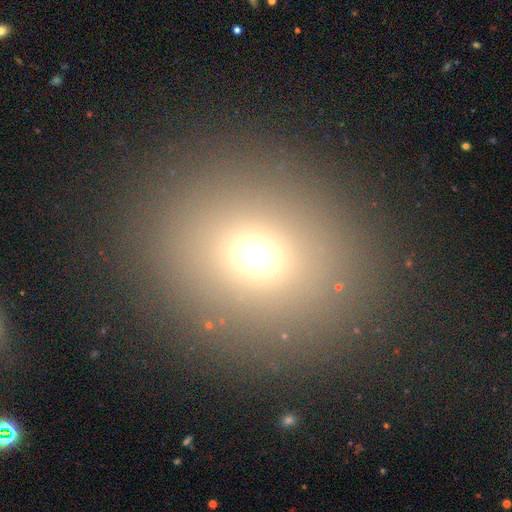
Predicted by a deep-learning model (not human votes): smooth 68%, star or artifact 20%, featured or disk 11%. Down the decision tree: how rounded — round (74%); merging — none (87%).